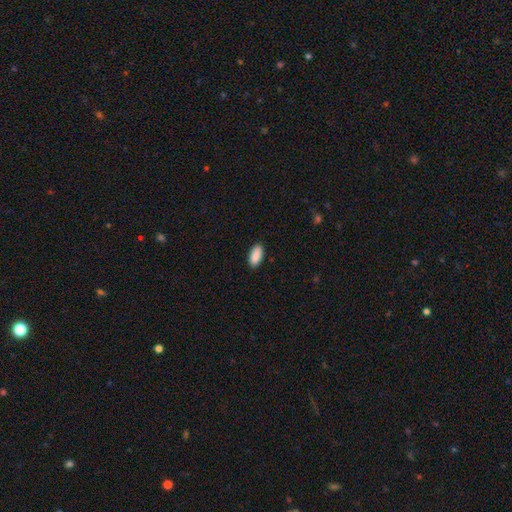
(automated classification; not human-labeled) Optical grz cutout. It shows a smooth galaxy with no disk features (91%) that is in between round and cigar-shaped (92%). Merging: none (89%).